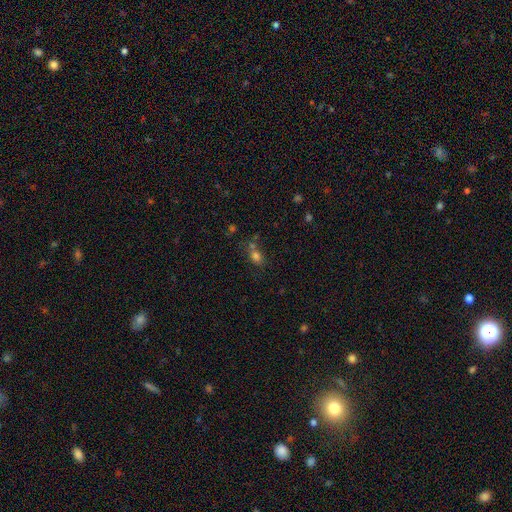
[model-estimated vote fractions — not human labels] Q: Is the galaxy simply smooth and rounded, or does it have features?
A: smooth — 73%.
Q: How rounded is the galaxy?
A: in between — 60%.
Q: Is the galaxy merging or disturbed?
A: none — 54%.